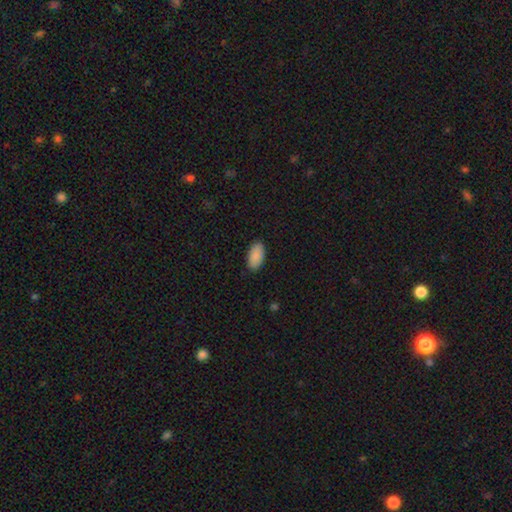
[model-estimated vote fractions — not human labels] Morphology: type=smooth (90%); roundness=in between (95%); merging=none (89%).